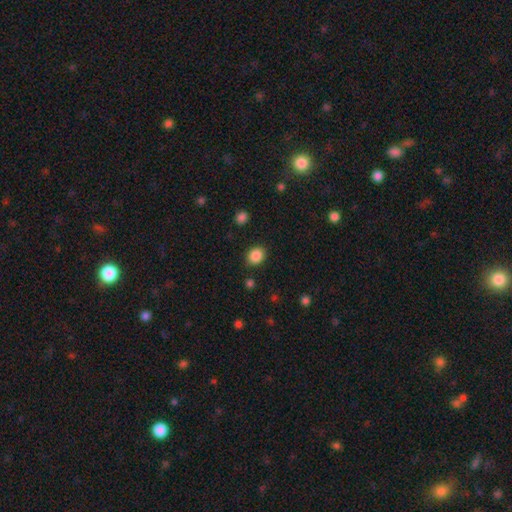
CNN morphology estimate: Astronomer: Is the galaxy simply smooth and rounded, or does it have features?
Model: smooth — 87%.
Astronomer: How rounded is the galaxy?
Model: round — 54% (runner-up: in between, 46%).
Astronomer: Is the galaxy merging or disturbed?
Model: none — 85%.